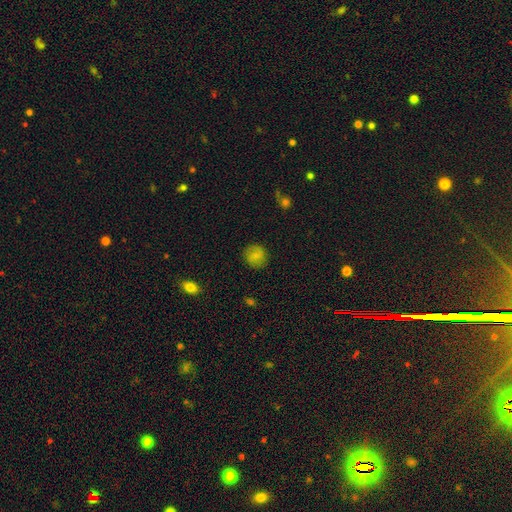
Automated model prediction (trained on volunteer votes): A smooth galaxy with no disk features (78%) that is round (86%).

Vote fractions:
- Smooth or featured? smooth: 78% / featured or disk: 12% / star or artifact: 10%
- How rounded? round: 86% / in between: 13% / cigar-shaped: 1%
- Merging? none: 86% / minor disturbance: 10% / major disturbance: 3% / merger: 1%